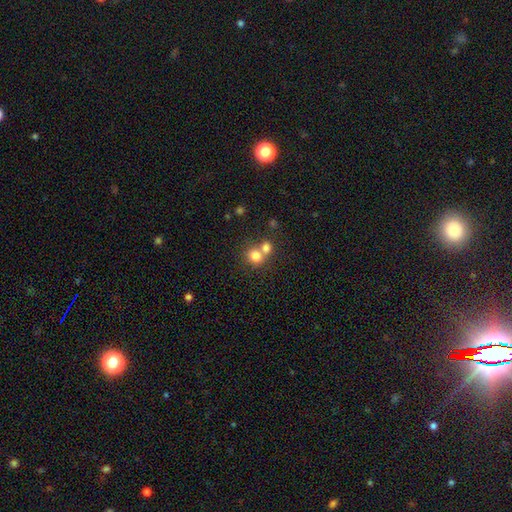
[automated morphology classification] Overall: smooth (78%). How rounded: round (80%). Merging: merger (49%; none 42%).